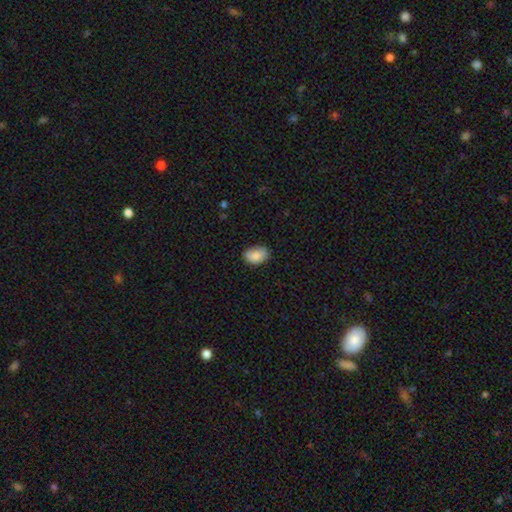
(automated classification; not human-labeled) A smooth galaxy with no disk features (86%) that is in between round and cigar-shaped (86%).

Vote fractions:
- Smooth or featured? smooth: 86% / featured or disk: 7% / star or artifact: 7%
- How rounded? in between: 86% / round: 13% / cigar-shaped: 1%
- Merging? none: 80% / minor disturbance: 16% / major disturbance: 3% / merger: 1%